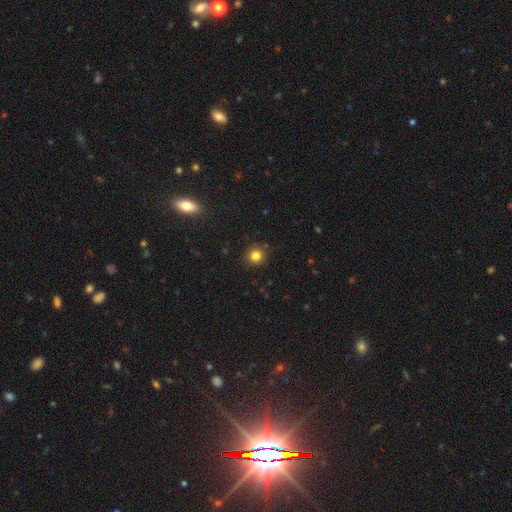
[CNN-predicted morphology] Smooth or featured? Predicted: smooth (p=0.82). How rounded? Predicted: round (p=0.92). Merging? Predicted: none (p=0.89).